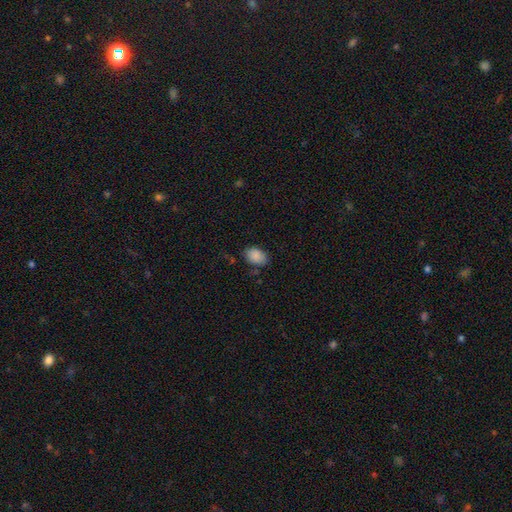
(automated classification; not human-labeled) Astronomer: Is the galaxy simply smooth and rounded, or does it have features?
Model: smooth — 88%.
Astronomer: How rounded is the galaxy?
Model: in between — 85%.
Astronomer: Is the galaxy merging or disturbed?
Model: none — 77%.